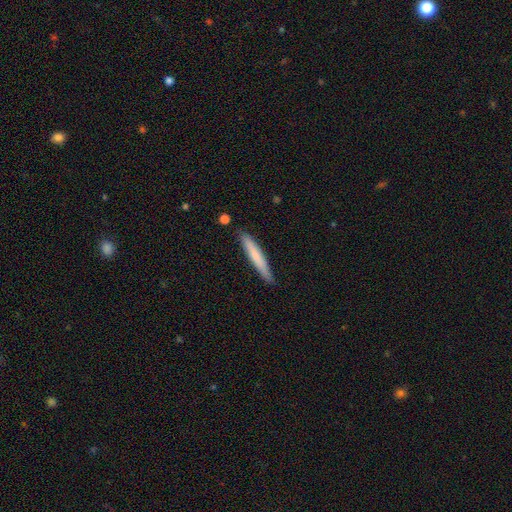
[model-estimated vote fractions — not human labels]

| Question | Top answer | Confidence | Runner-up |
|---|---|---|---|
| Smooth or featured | smooth | 70% | featured or disk (24%) |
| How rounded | cigar-shaped | 94% | in between (5%) |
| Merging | none | 87% | minor disturbance (10%) |